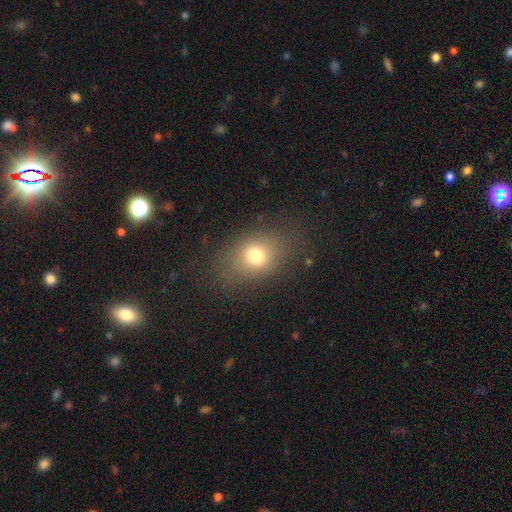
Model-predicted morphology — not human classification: Smooth or featured? Predicted: smooth (p=0.73). How rounded? Predicted: in between (p=0.63). Merging? Predicted: none (p=0.77).